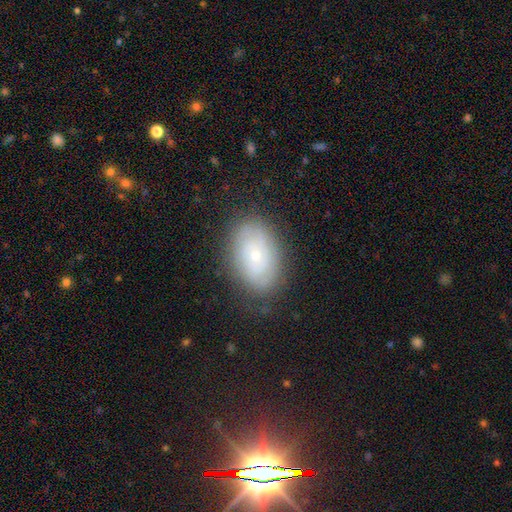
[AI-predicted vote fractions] Overall: featured or disk (46%; smooth 45%). Merging: none (79%).